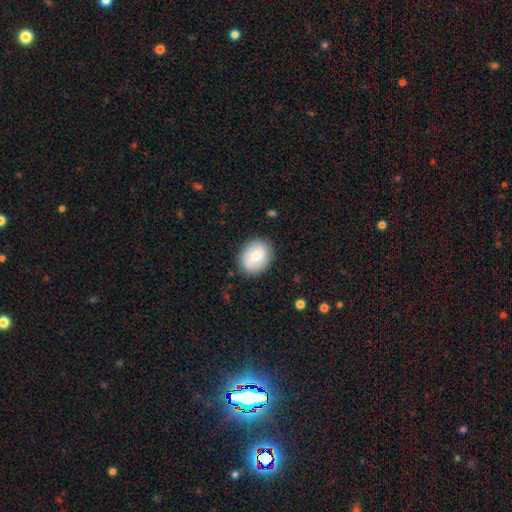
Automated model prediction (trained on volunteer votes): Smooth or featured? smooth (61%)
How rounded? in between (50%)
Merging? none (82%)